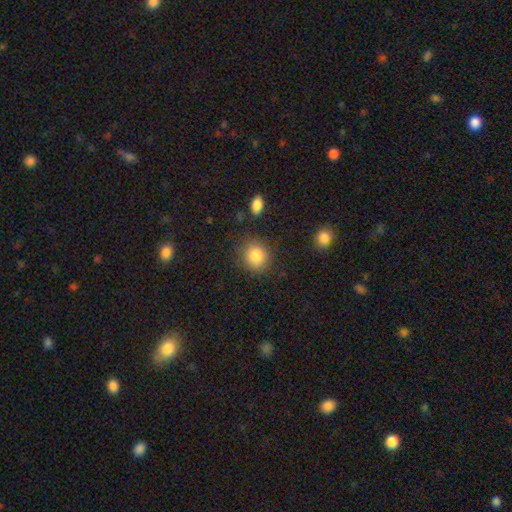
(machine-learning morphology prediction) Smooth or featured? smooth (85%)
How rounded? round (82%)
Merging? none (83%)